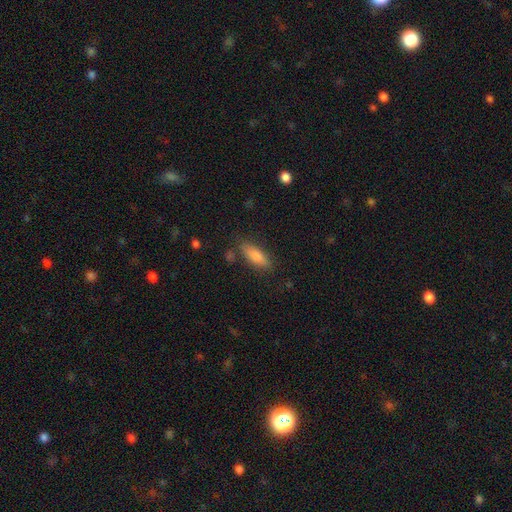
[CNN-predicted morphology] Smooth or featured? smooth (81%)
How rounded? in between (61%)
Merging? none (80%)